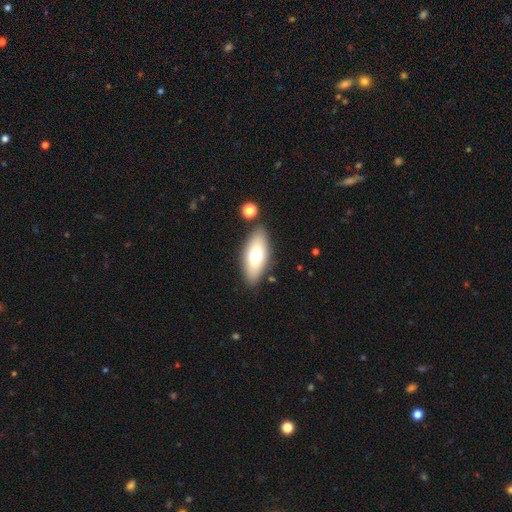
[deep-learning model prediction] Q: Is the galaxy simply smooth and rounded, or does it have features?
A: smooth — 69%.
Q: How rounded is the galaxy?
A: in between — 80%.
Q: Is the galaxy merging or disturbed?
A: none — 83%.